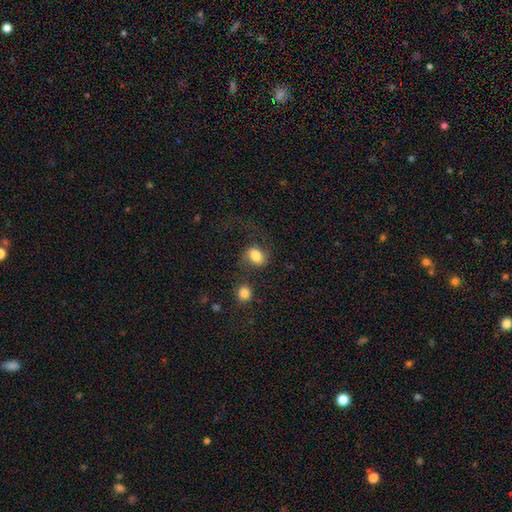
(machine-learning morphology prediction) Smooth or featured?
  - smooth: 78% *
  - featured or disk: 13%
  - star or artifact: 9%
How rounded?
  - in between: 56% *
  - round: 43%
  - cigar-shaped: 1%
Merging?
  - none: 55% *
  - minor disturbance: 19%
  - major disturbance: 16%
  - merger: 10%